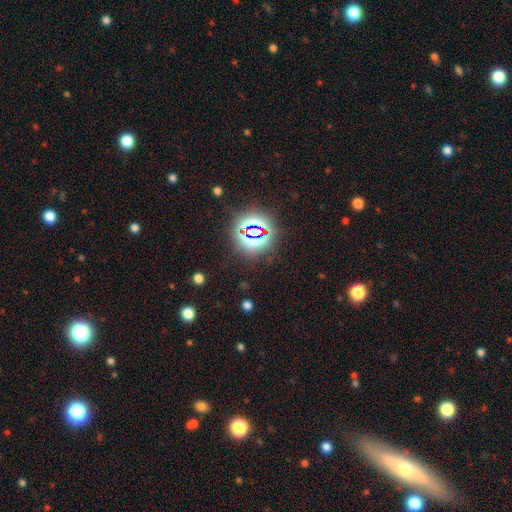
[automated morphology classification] Smooth or featured? star or artifact (69%)